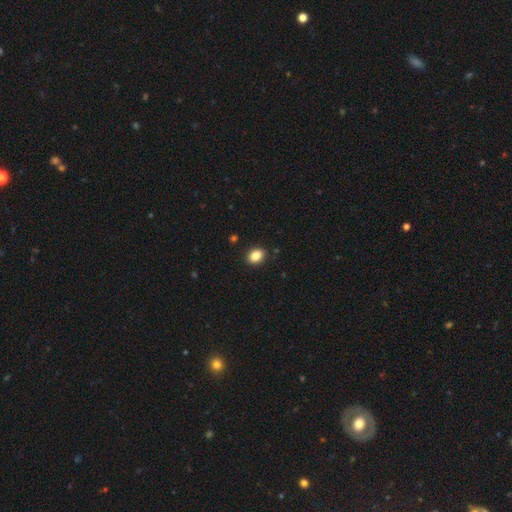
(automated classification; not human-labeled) A smooth galaxy with no disk features (86%) that is in between round and cigar-shaped (67%).

Vote fractions:
- Smooth or featured? smooth: 86% / star or artifact: 9% / featured or disk: 5%
- How rounded? in between: 67% / round: 32% / cigar-shaped: 1%
- Merging? none: 90% / minor disturbance: 7% / major disturbance: 2% / merger: 1%